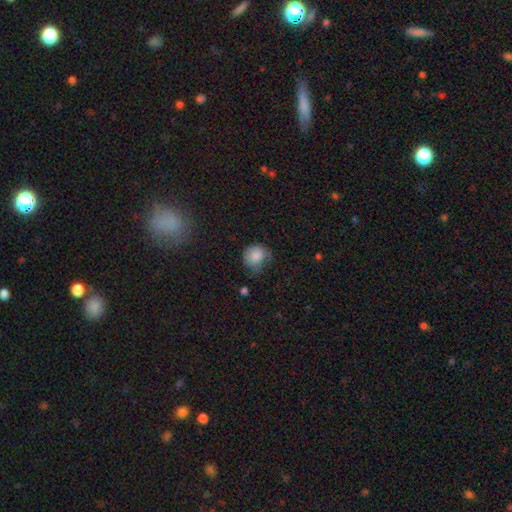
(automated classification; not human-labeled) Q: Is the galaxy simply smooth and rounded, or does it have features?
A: smooth — 82%.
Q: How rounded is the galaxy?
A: round — 80%.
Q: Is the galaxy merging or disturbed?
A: none — 50%.